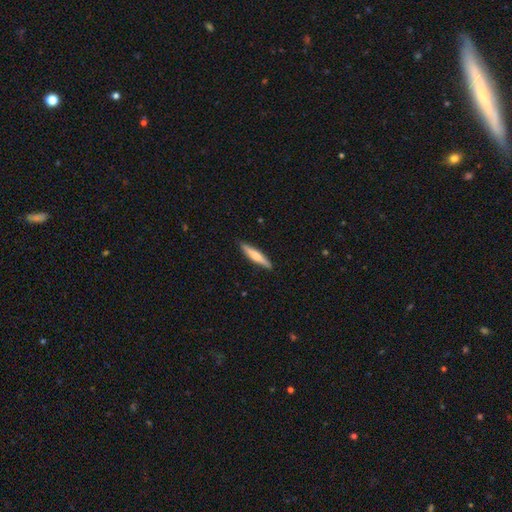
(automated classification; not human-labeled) Smooth or featured: smooth — 54% (featured or disk — 41%)
How rounded: cigar-shaped — 90% (in between — 9%)
Merging: none — 90% (minor disturbance — 8%)